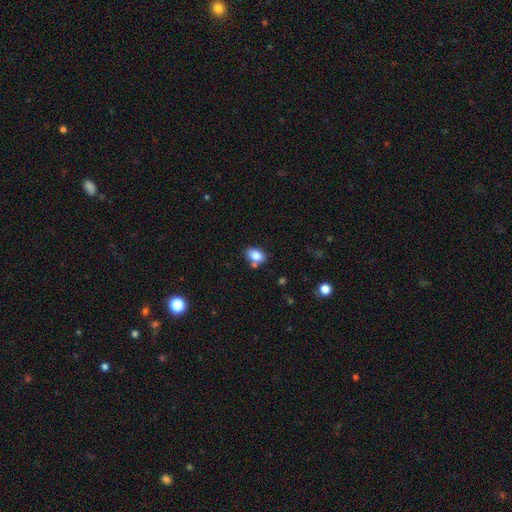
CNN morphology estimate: Smooth or featured? Predicted: smooth (p=0.85). How rounded? Predicted: in between (p=0.86). Merging? Predicted: none (p=0.68).